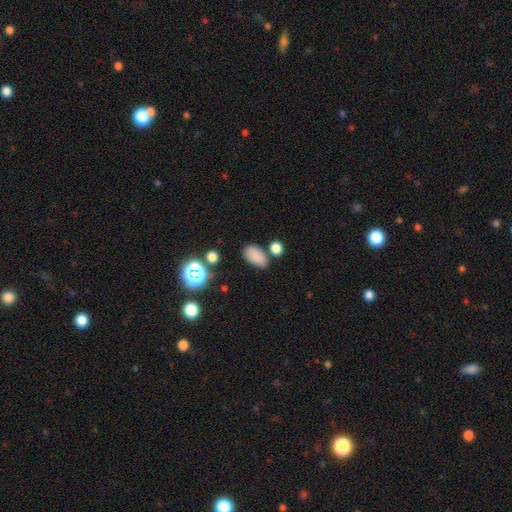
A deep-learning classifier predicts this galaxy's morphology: Smooth or featured? Predicted: smooth (p=0.83). How rounded? Predicted: in between (p=0.92). Merging? Predicted: none (p=0.74).